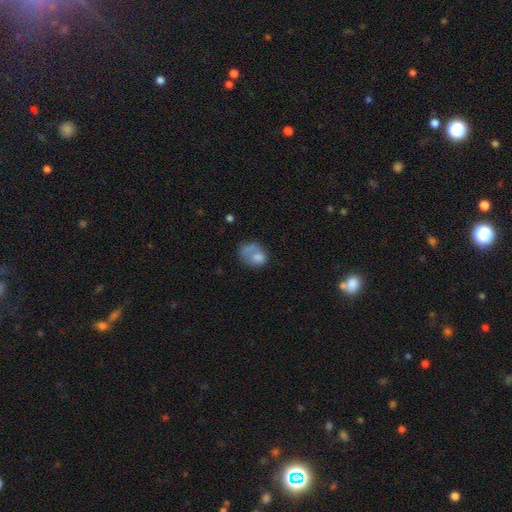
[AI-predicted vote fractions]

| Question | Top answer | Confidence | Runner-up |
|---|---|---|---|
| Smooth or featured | smooth | 68% | featured or disk (23%) |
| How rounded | in between | 60% | round (39%) |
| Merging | none | 33% | major disturbance (29%) |